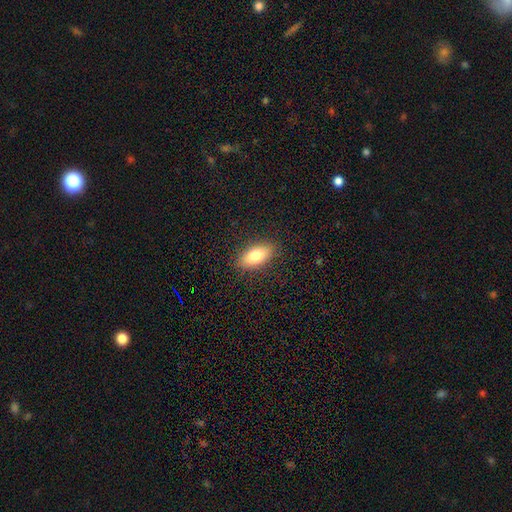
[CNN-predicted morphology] smooth 78%, featured or disk 14%, star or artifact 7%. Down the decision tree: how rounded — in between (85%); merging — none (87%).